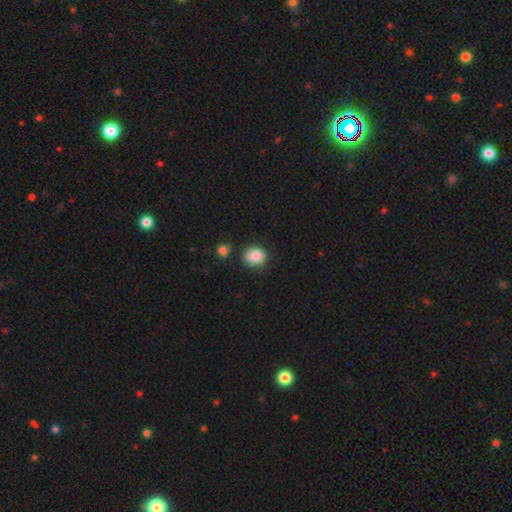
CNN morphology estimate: Smooth or featured? smooth (83%)
How rounded? round (78%)
Merging? none (73%)